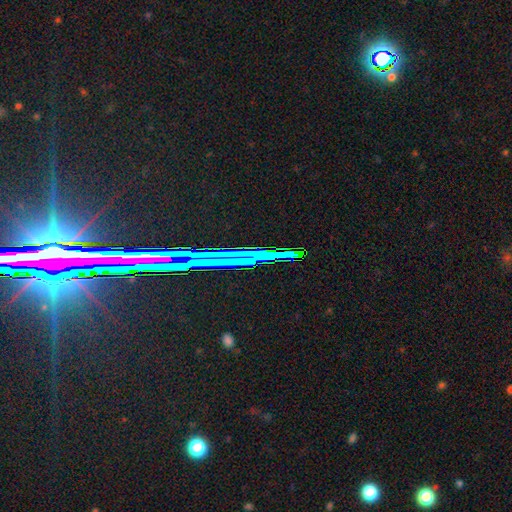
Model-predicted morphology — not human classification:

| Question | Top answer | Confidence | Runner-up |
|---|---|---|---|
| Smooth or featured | star or artifact | 61% | featured or disk (23%) |